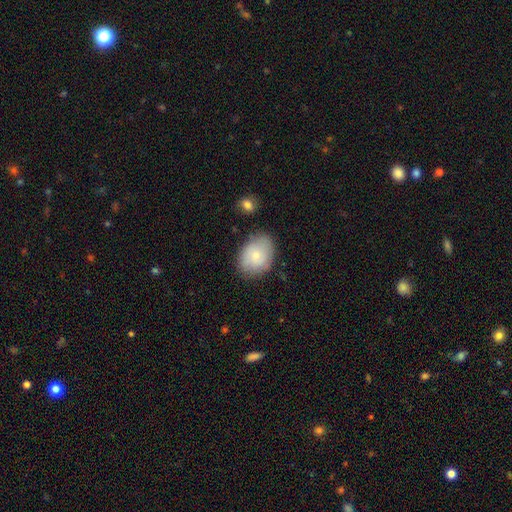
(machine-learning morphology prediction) Smooth or featured: smooth — 72% (featured or disk — 21%)
How rounded: in between — 66% (round — 33%)
Merging: none — 74% (minor disturbance — 18%)